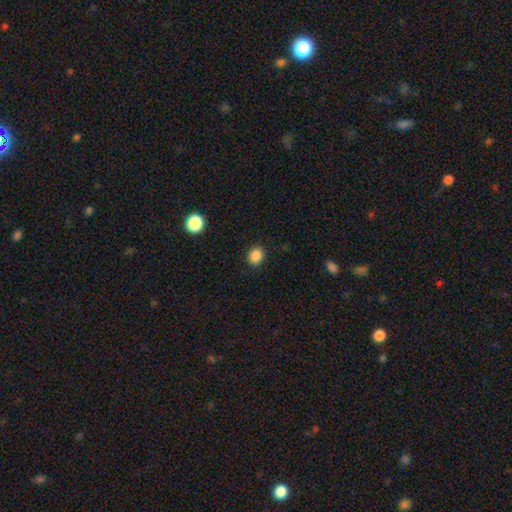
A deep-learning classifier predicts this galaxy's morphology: This is clearly a smooth galaxy (87%). How rounded: likely round (61%). Merging: clearly none (90%).